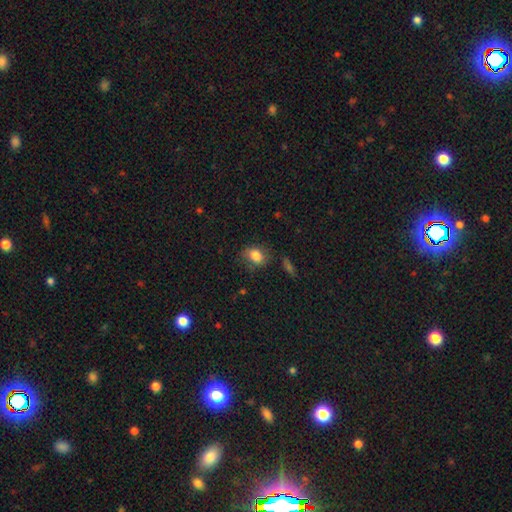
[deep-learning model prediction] Q: Smooth or featured?
A: smooth (81%); runner-up: featured or disk (10%)
Q: How rounded?
A: in between (61%); runner-up: round (37%)
Q: Merging?
A: none (65%); runner-up: minor disturbance (24%)